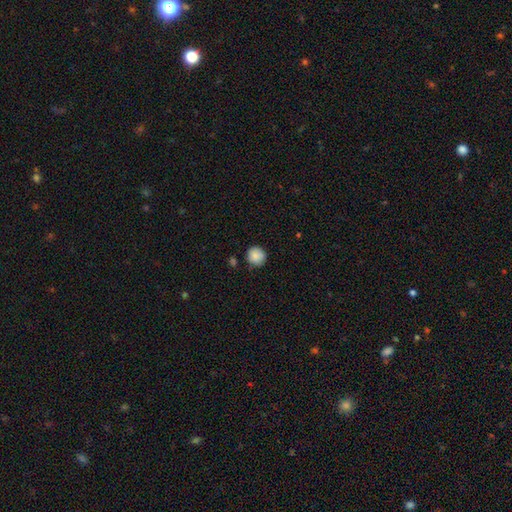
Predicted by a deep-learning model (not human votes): Overall: smooth (87%). How rounded: round (91%). Merging: none (85%).